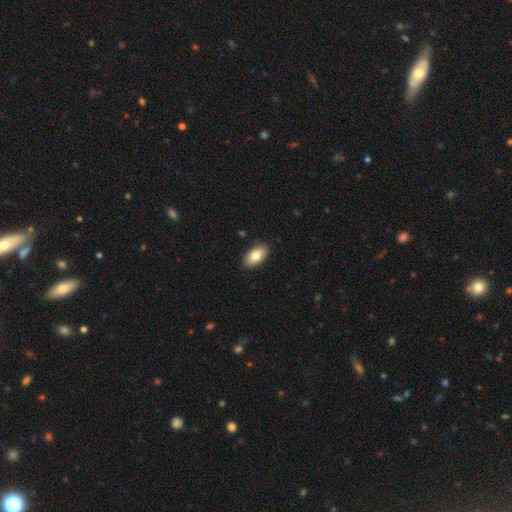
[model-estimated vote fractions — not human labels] smooth_or_featured: smooth (p=0.80) [alt: featured or disk p=0.13]
how_rounded: in between (p=0.93) [alt: round p=0.04]
merging: none (p=0.87) [alt: minor disturbance p=0.10]